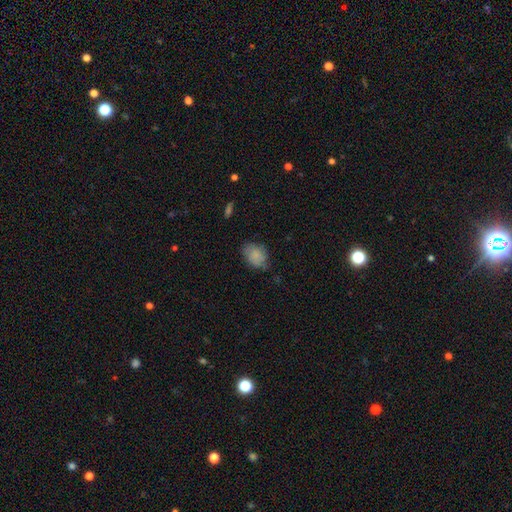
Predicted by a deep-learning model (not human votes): This is clearly a smooth galaxy (81%). How rounded: likely in between (70%). Merging: likely none (63%).